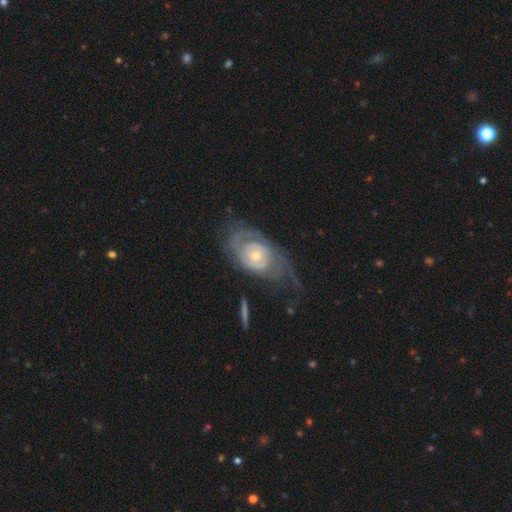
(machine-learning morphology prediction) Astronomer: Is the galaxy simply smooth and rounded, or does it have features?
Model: featured or disk — 83%.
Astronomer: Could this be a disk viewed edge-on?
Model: no — 95%.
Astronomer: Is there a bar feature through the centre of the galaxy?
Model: no — 74%.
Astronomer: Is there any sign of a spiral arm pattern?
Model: yes — 88%.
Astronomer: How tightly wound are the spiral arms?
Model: tight — 61%.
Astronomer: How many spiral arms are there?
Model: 2 — 43% (runner-up: can't tell, 33%).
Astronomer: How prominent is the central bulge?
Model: small — 51% (runner-up: moderate, 45%).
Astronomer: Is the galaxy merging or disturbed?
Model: none — 47% (runner-up: major disturbance, 27%).